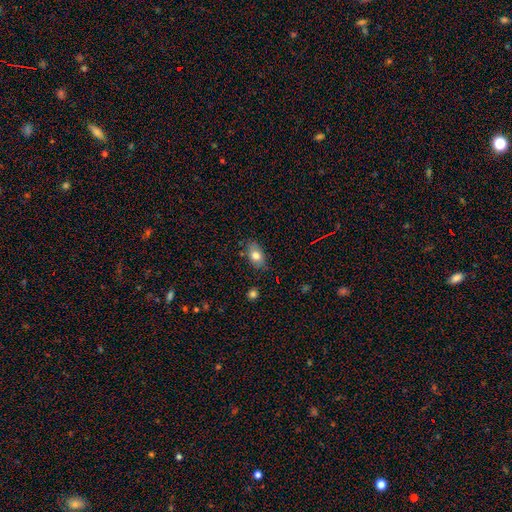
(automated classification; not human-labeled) Q: Smooth or featured?
A: smooth (79%); runner-up: featured or disk (13%)
Q: How rounded?
A: in between (85%); runner-up: round (12%)
Q: Merging?
A: none (77%); runner-up: minor disturbance (17%)